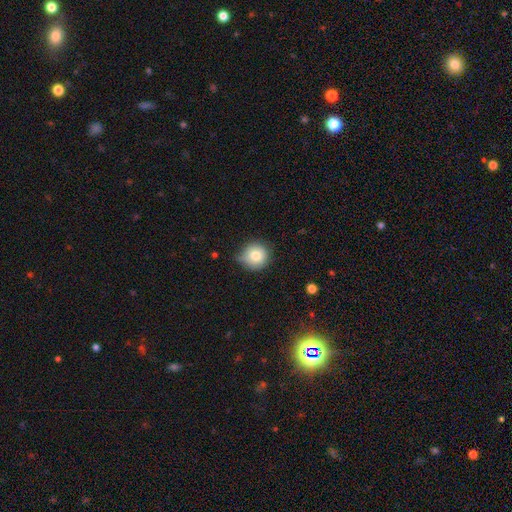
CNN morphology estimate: type=smooth (80%); roundness=round (93%); merging=none (66%).